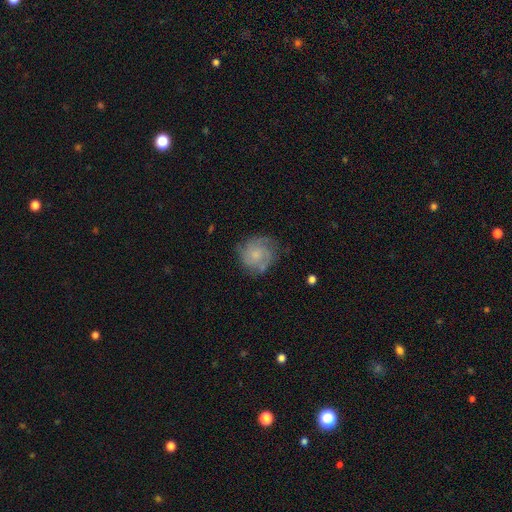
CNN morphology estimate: This is possibly a featured or disk galaxy (59%). It is clearly not viewed edge-on (98%). Bar: likely no (78%). Spiral arm pattern: clearly yes (86%). Central bulge: possibly small (51%). Merging: likely none (69%).